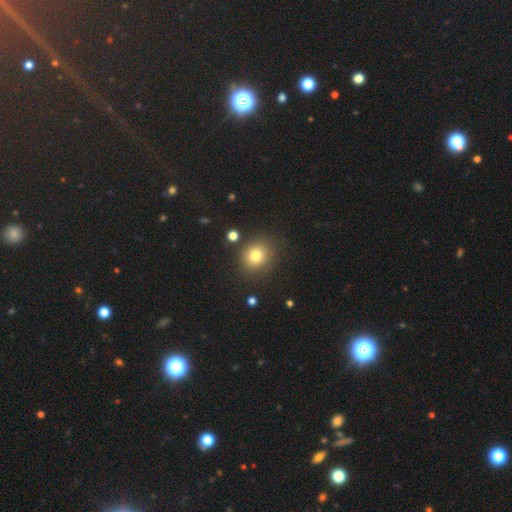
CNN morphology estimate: This appears to be a smooth galaxy with no disk features (78%) that is round (76%). Merging: none (83%).